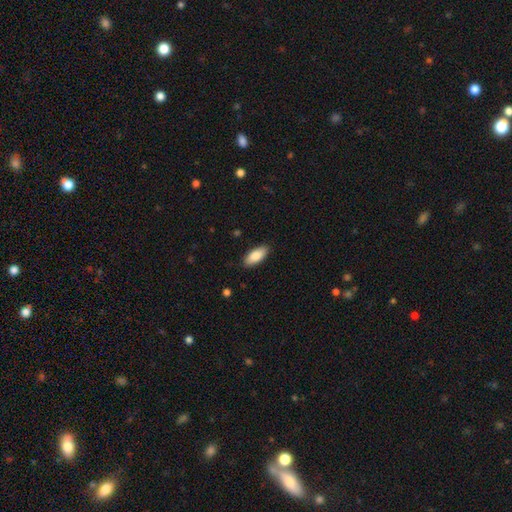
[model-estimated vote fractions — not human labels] smooth_or_featured: smooth (p=0.86) [alt: featured or disk p=0.08]
how_rounded: in between (p=0.86) [alt: cigar-shaped p=0.12]
merging: none (p=0.87) [alt: minor disturbance p=0.10]